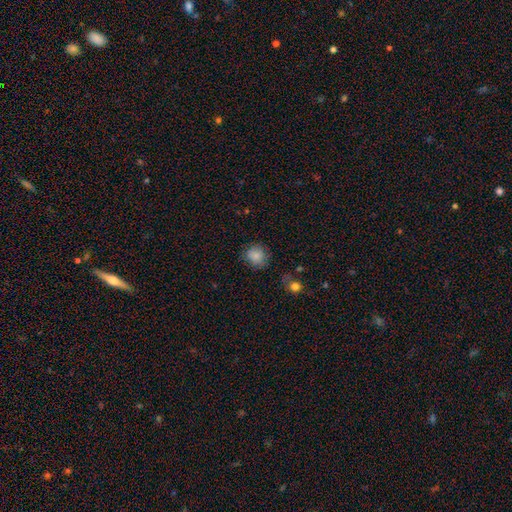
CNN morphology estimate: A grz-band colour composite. It shows a smooth galaxy with no disk features (86%) that is round (83%). Merging: none (76%).